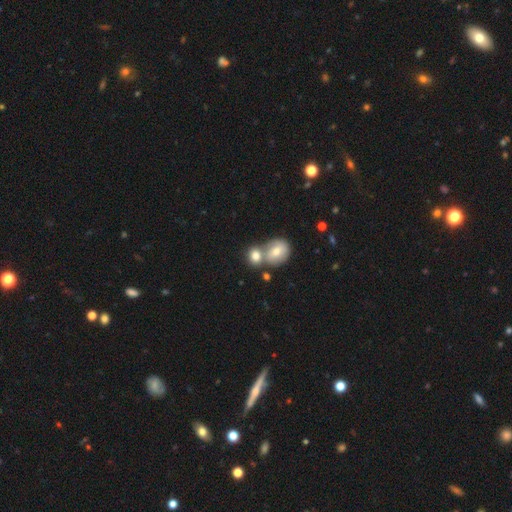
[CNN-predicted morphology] A smooth galaxy with no disk features (76%) that is round (61%).

Vote fractions:
- Smooth or featured? smooth: 76% / featured or disk: 15% / star or artifact: 8%
- How rounded? round: 61% / in between: 38% / cigar-shaped: 2%
- Merging? merger: 56% / none: 34% / minor disturbance: 8% / major disturbance: 3%